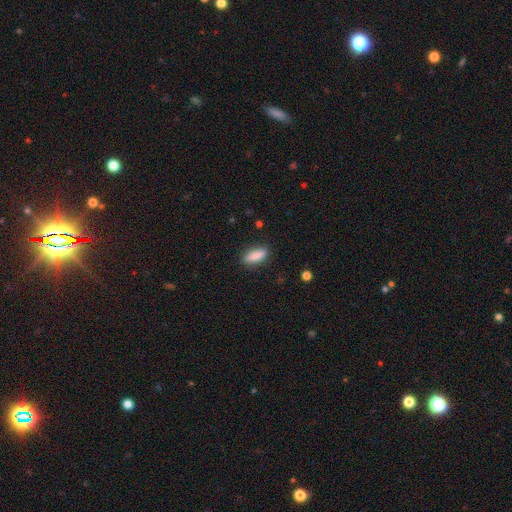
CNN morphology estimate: smooth 79%, featured or disk 14%, star or artifact 7%. Down the decision tree: how rounded — in between (57%); merging — none (86%).